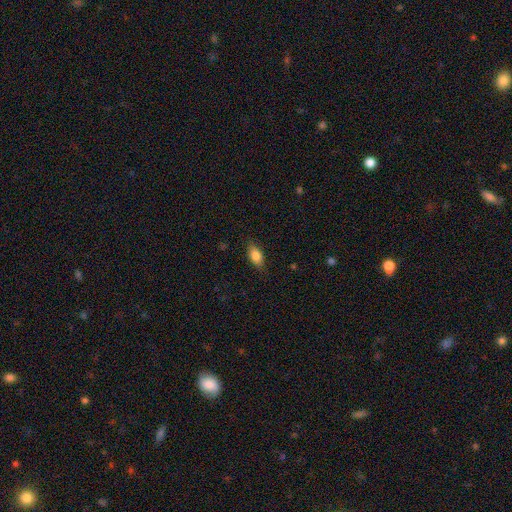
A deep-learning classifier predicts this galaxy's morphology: The model was most divided on "merging": none: 83%, minor disturbance: 13%, major disturbance: 3%, merger: 1%. More confident: how rounded — in between (86%); smooth or featured — smooth (82%).